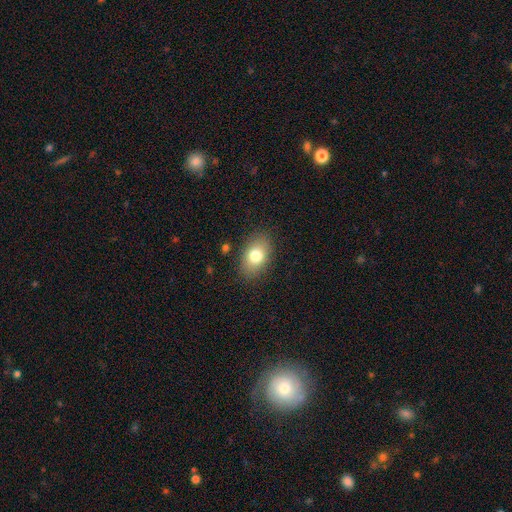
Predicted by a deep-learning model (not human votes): Smooth or featured?
  - smooth: 77% *
  - featured or disk: 14%
  - star or artifact: 9%
How rounded?
  - in between: 86% *
  - round: 13%
  - cigar-shaped: 1%
Merging?
  - none: 85% *
  - minor disturbance: 11%
  - major disturbance: 3%
  - merger: 1%